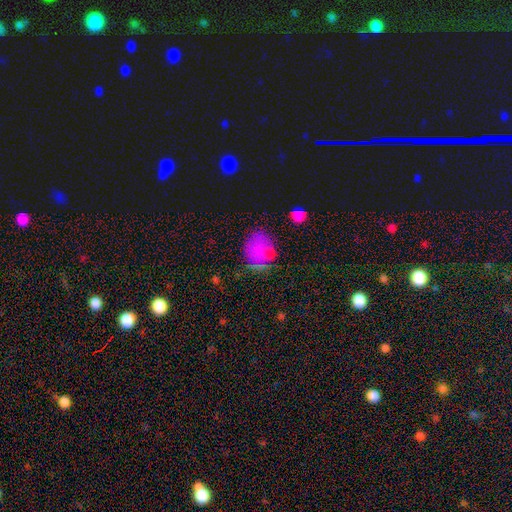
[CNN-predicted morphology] Q: Smooth or featured?
A: smooth (66%); runner-up: featured or disk (18%)
Q: How rounded?
A: round (53%); runner-up: in between (45%)
Q: Merging?
A: none (57%); runner-up: minor disturbance (21%)